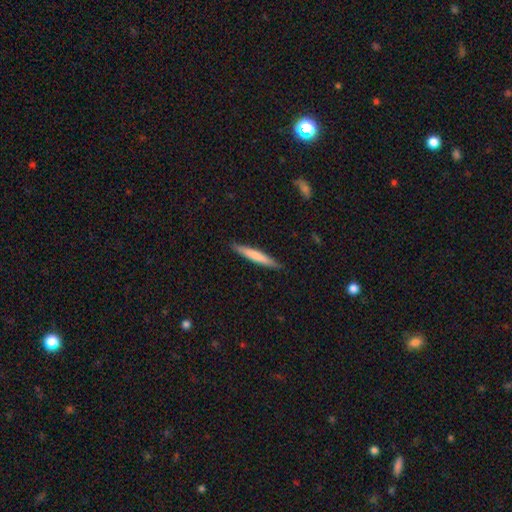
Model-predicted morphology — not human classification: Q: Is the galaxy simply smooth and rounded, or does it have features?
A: smooth — 69%.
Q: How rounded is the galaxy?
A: cigar-shaped — 94%.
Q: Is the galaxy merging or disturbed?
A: none — 89%.